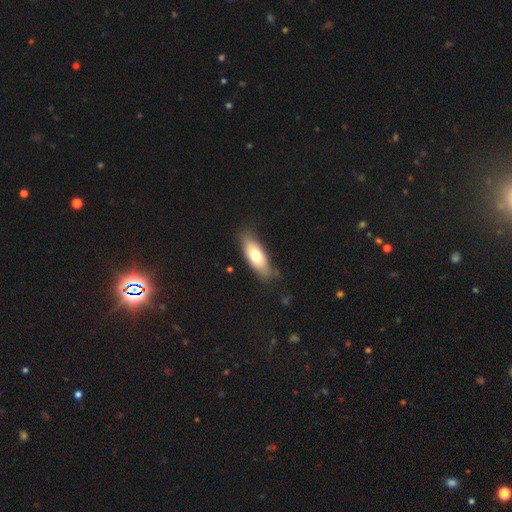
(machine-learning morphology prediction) smooth 70%, featured or disk 23%, star or artifact 6%. Down the decision tree: how rounded — in between (74%); merging — none (77%).